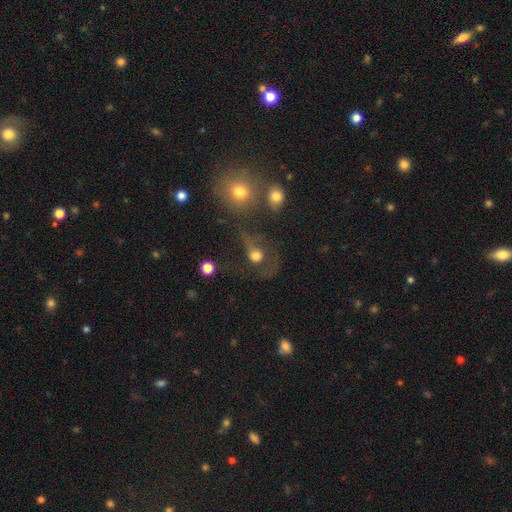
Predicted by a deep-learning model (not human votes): This is possibly a smooth galaxy (54%). How rounded: likely round (75%). Merging: marginally major disturbance (35%, tied with none).